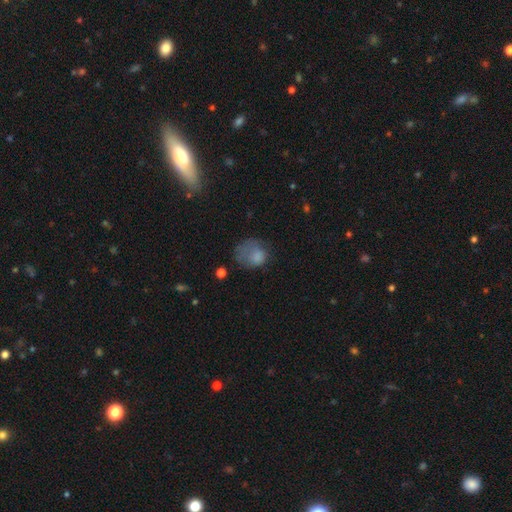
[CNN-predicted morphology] This is likely a smooth galaxy (74%). How rounded: likely round (60%). Merging: marginally major disturbance (37%).